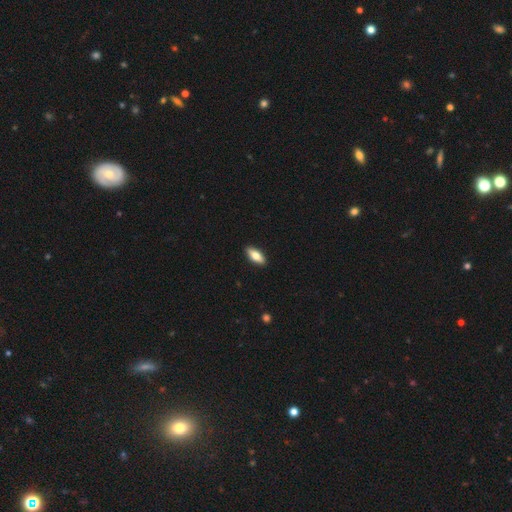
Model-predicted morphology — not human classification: Overall: smooth (73%). How rounded: in between (76%). Merging: none (91%).